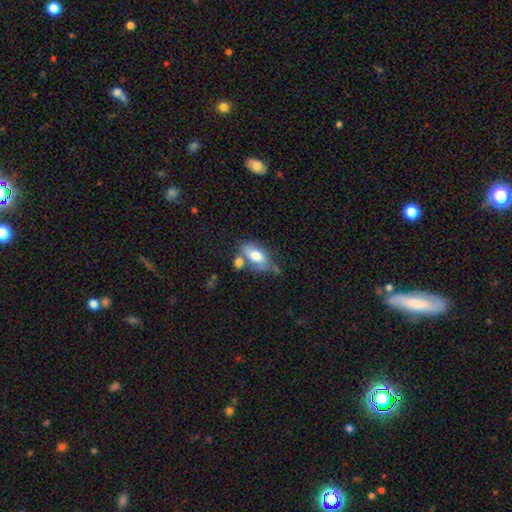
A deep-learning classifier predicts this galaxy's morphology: Smooth or featured? Predicted: smooth (p=0.68). How rounded? Predicted: in between (p=0.87). Merging? Predicted: none (p=0.45).